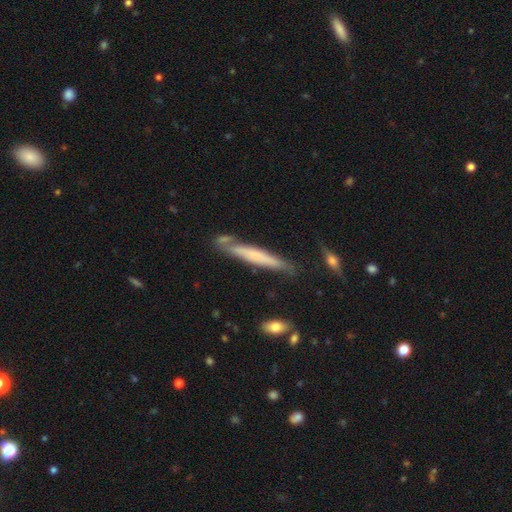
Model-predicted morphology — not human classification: A smooth galaxy with no disk features (53%) that is cigar-shaped (94%). Merging: none (69%).